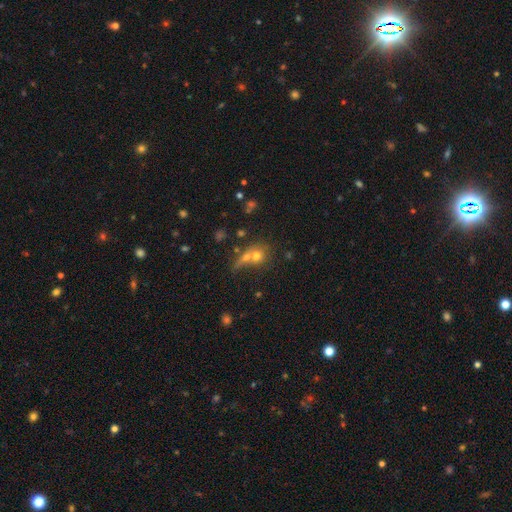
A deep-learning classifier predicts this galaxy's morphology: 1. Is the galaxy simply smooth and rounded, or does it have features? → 65% smooth, 21% featured or disk, 15% star or artifact.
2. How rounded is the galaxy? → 70% round, 26% in between, 4% cigar-shaped.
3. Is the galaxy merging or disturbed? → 52% merger, 31% none, 9% minor disturbance, 8% major disturbance.